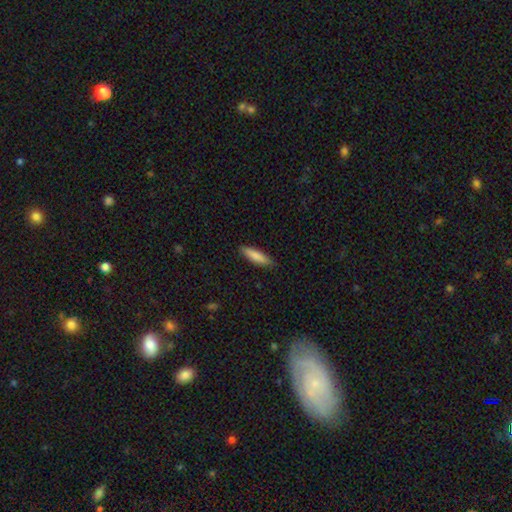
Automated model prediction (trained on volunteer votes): Smooth or featured: smooth — 84% (featured or disk — 11%)
How rounded: cigar-shaped — 71% (in between — 27%)
Merging: none — 87% (minor disturbance — 10%)